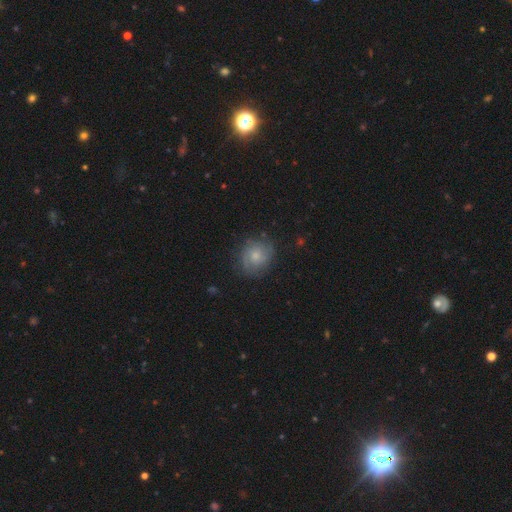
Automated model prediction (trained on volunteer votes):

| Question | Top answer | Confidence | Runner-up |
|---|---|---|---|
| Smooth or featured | featured or disk | 57% | smooth (35%) |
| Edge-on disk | no | 98% | yes (2%) |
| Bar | no | 71% | weak (25%) |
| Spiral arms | yes | 87% | no (13%) |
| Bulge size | moderate | 48% | small (40%) |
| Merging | none | 76% | minor disturbance (17%) |